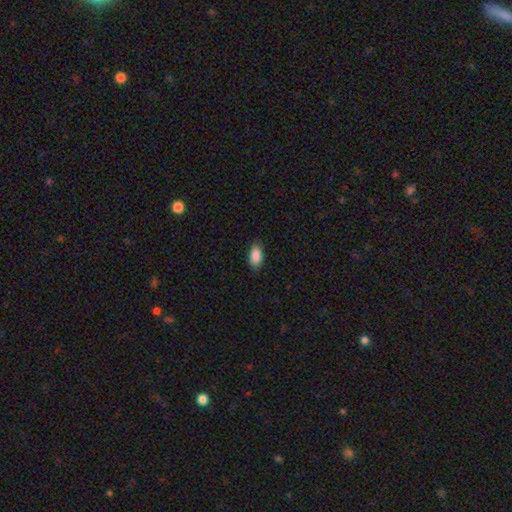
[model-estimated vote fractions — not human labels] Smooth or featured: smooth — 89% (star or artifact — 7%)
How rounded: in between — 93% (cigar-shaped — 4%)
Merging: none — 87% (minor disturbance — 10%)